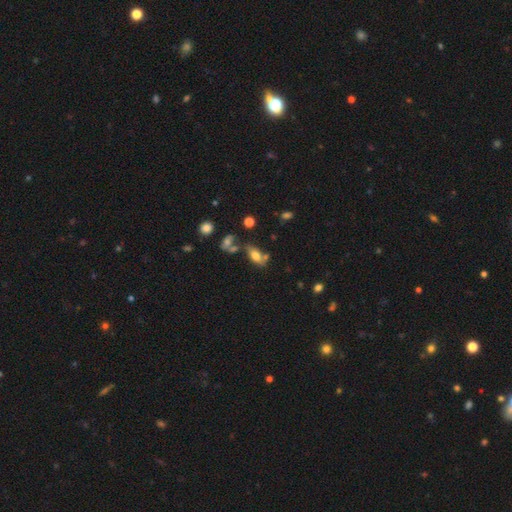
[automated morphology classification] The model was most divided on "merging": none: 52%, merger: 22%, minor disturbance: 18%, major disturbance: 8%. More confident: how rounded — in between (84%); smooth or featured — smooth (68%).